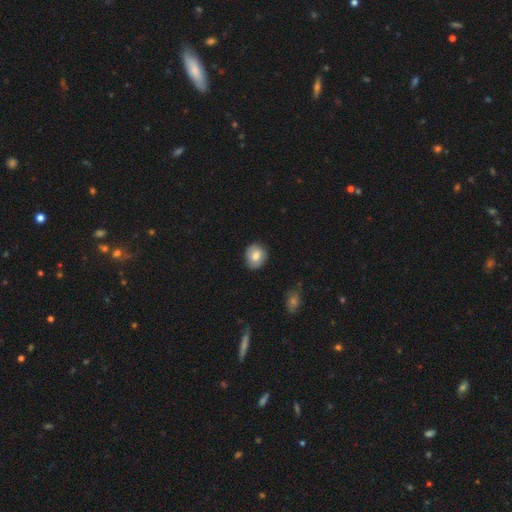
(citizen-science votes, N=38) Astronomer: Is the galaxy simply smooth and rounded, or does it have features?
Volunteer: smooth — 74%.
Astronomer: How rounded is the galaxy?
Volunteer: round — 71%.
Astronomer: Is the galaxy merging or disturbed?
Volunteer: none — 81%.